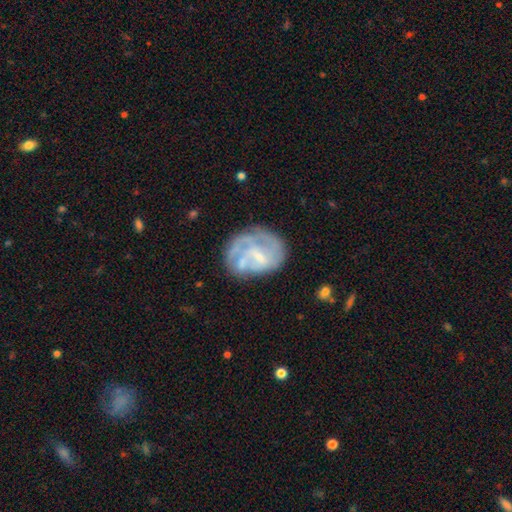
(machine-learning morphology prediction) Smooth or featured?
  - featured or disk: 68% *
  - smooth: 24%
  - star or artifact: 8%
Edge-on disk?
  - no: 98% *
  - yes: 2%
Bar?
  - no: 45% *
  - weak: 43%
  - strong: 12%
Spiral arms?
  - yes: 61% *
  - no: 39%
Bulge size?
  - small: 50% *
  - moderate: 23%
  - none: 23%
  - large: 2%
  - dominant: 1%
Merging?
  - none: 46% *
  - minor disturbance: 24%
  - major disturbance: 23%
  - merger: 7%